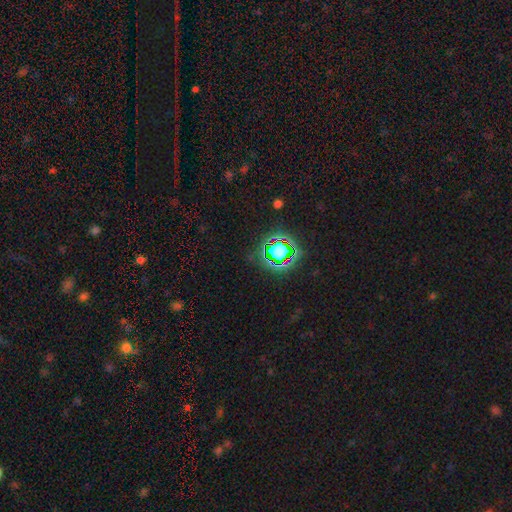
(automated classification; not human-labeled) A star or artifact, not a galaxy (76%).

Vote fractions:
- Smooth or featured? star or artifact: 76% / smooth: 16% / featured or disk: 8%